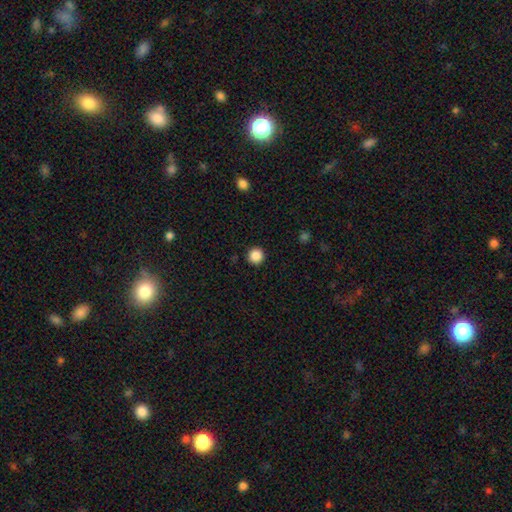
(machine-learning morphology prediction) smooth_or_featured: smooth (p=0.87) [alt: star or artifact p=0.10]
how_rounded: round (p=0.96) [alt: in between p=0.03]
merging: none (p=0.93) [alt: minor disturbance p=0.04]